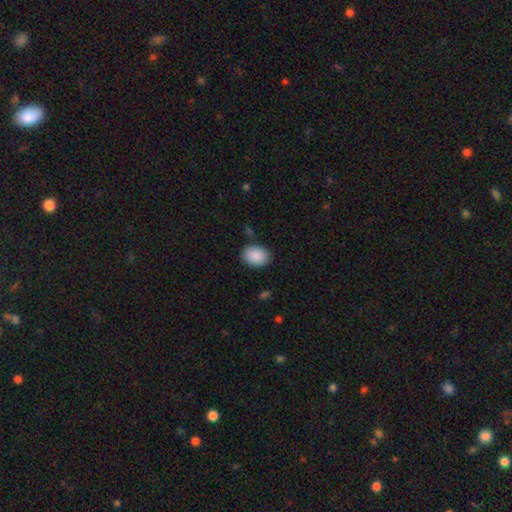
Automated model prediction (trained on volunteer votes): Q: Smooth or featured?
A: smooth (90%); runner-up: star or artifact (6%)
Q: How rounded?
A: in between (75%); runner-up: round (24%)
Q: Merging?
A: none (84%); runner-up: minor disturbance (11%)